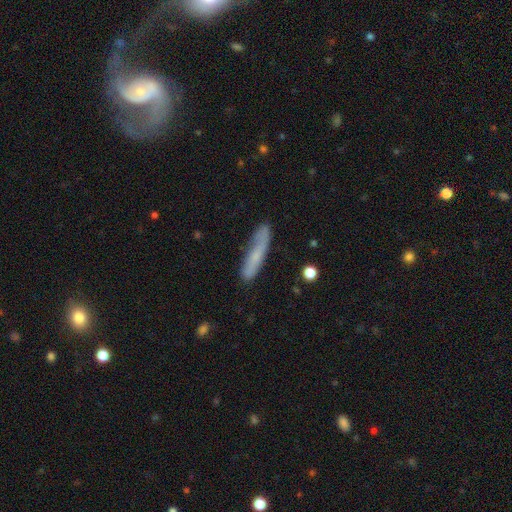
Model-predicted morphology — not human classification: A smooth galaxy with no disk features (61%) that is cigar-shaped (87%). Merging: none (72%).